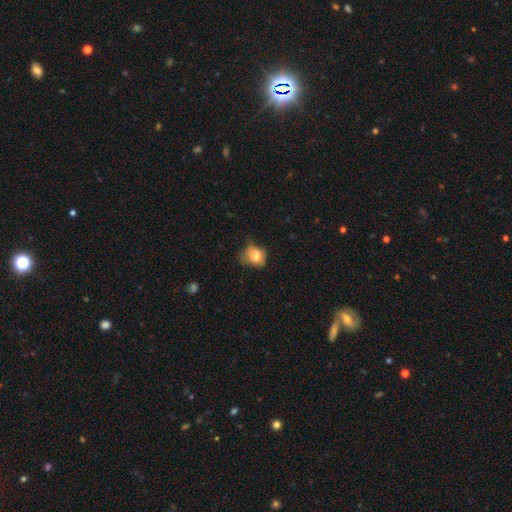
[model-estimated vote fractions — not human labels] smooth 76%, featured or disk 15%, star or artifact 9%. Down the decision tree: how rounded — round (50%); merging — none (44%).